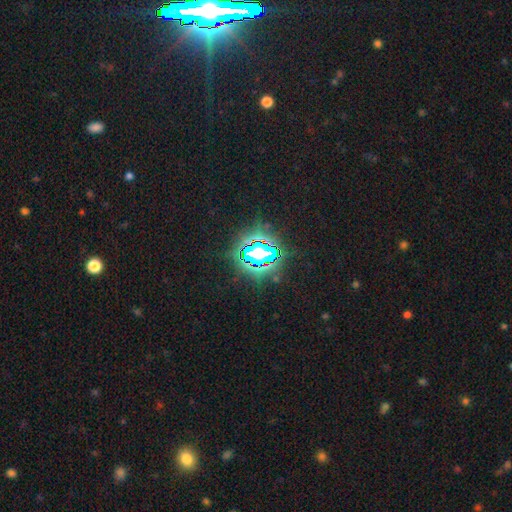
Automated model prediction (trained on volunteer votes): Smooth or featured? star or artifact (83%)